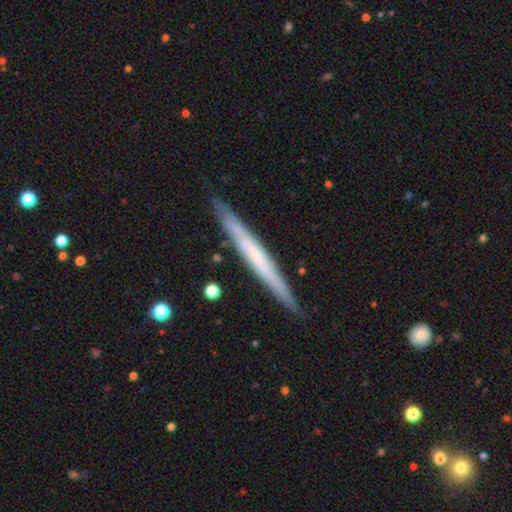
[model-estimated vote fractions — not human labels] Smooth or featured? Predicted: featured or disk (p=0.56). Edge-on disk? Predicted: yes (p=0.95). Edge-on bulge? Predicted: none (p=0.79). Merging? Predicted: none (p=0.88).